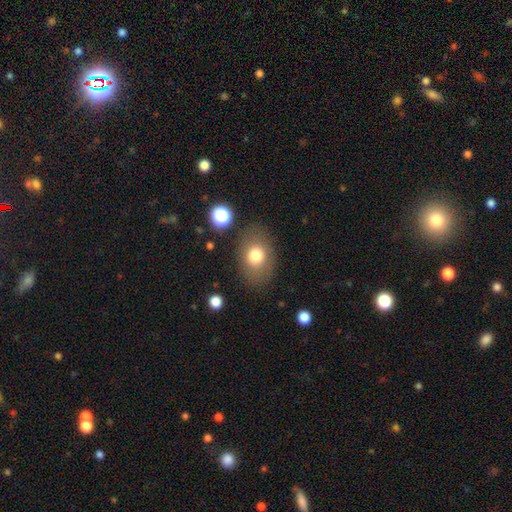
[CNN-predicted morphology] The model was most divided on "how rounded": in between: 64%, round: 35%, cigar-shaped: 1%. More confident: merging — none (80%); smooth or featured — smooth (77%).